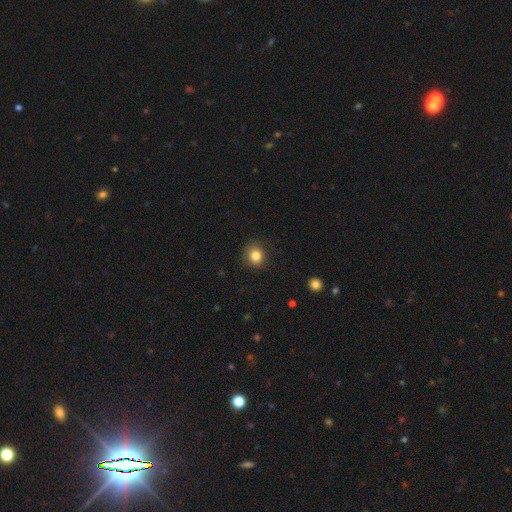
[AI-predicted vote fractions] Overall: smooth (84%). How rounded: round (81%). Merging: none (85%).